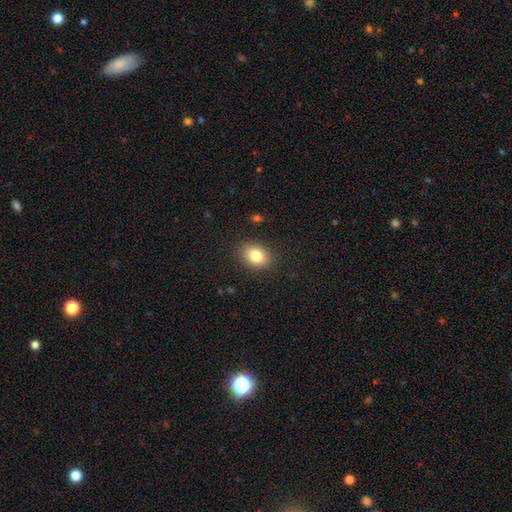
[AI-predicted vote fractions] This appears to be a smooth galaxy with no disk features (82%) that is in between round and cigar-shaped (61%). Merging: none (87%).